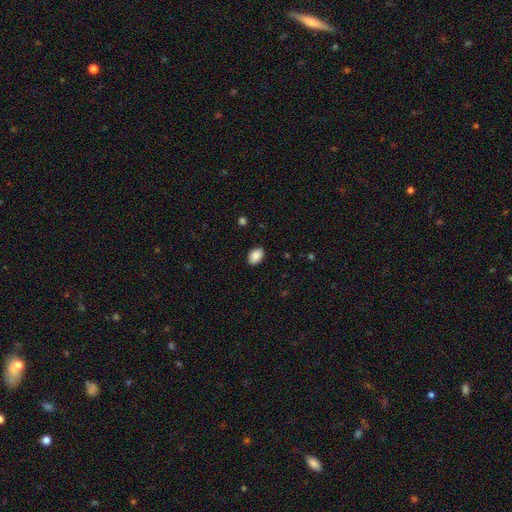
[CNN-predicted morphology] type=smooth (90%); roundness=in between (86%); merging=none (88%).